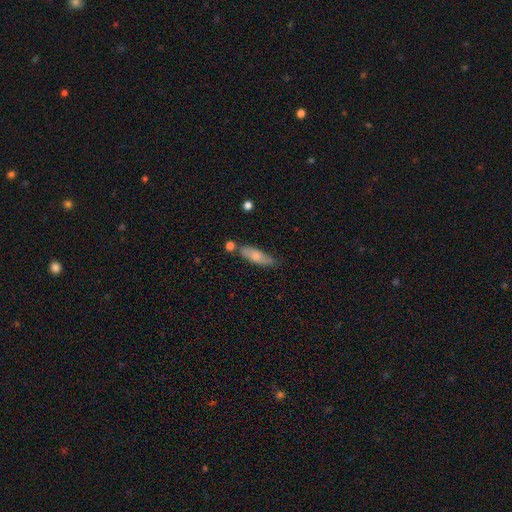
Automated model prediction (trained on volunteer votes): This is likely a smooth galaxy (68%). How rounded: possibly in between (50%). Merging: likely none (67%).